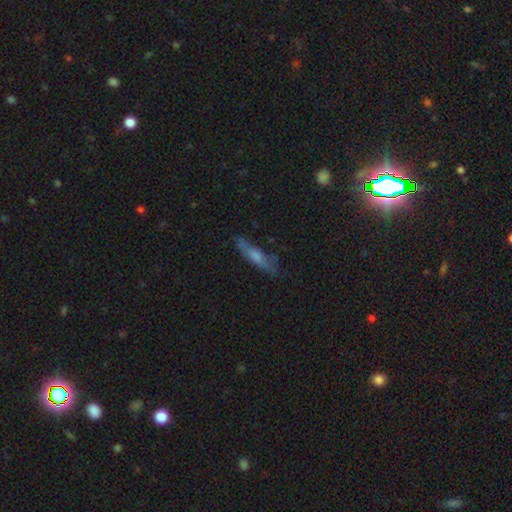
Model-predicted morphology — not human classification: Smooth or featured?
  - smooth: 55% *
  - featured or disk: 36%
  - star or artifact: 9%
How rounded?
  - cigar-shaped: 80% *
  - in between: 18%
  - round: 2%
Merging?
  - none: 69% *
  - minor disturbance: 22%
  - major disturbance: 7%
  - merger: 2%